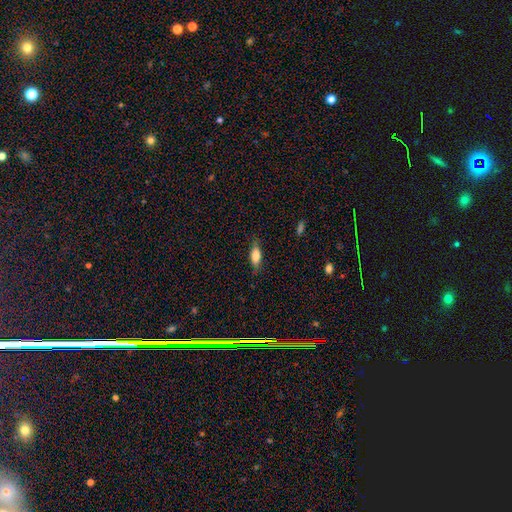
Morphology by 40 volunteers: smooth-or-featured: smooth: 68% | featured or disk: 22% | star or artifact: 10%
  how-rounded: in between: 52% | cigar-shaped: 44% | round: 4%
  merging: none: 81% | minor disturbance: 19% | major disturbance: 0% | merger: 0%